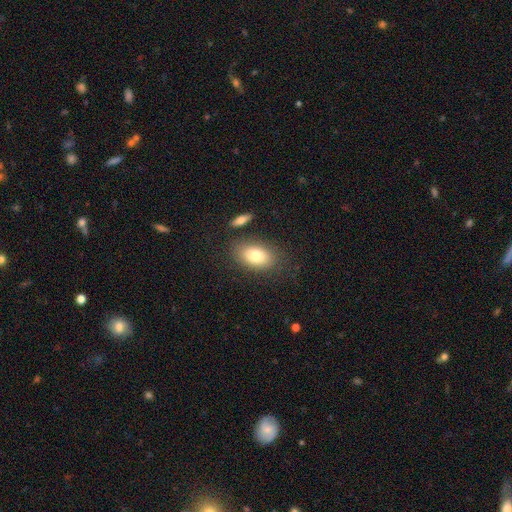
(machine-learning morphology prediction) A smooth galaxy with no disk features (79%) that is in between round and cigar-shaped (88%).

Vote fractions:
- Smooth or featured? smooth: 79% / featured or disk: 13% / star or artifact: 8%
- How rounded? in between: 88% / round: 9% / cigar-shaped: 2%
- Merging? none: 78% / minor disturbance: 12% / merger: 5% / major disturbance: 4%